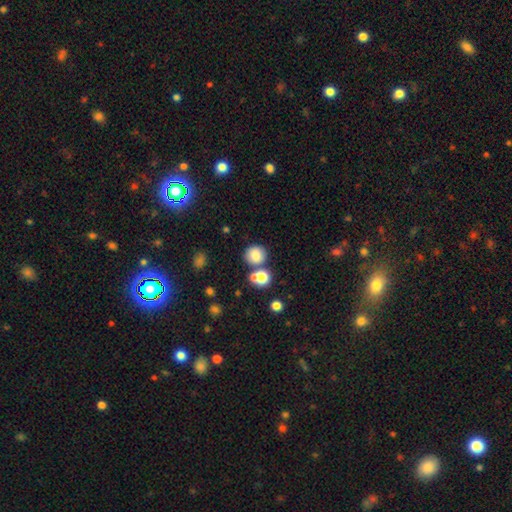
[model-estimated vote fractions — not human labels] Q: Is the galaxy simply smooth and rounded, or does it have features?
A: smooth — 80%.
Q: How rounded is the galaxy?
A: round — 85%.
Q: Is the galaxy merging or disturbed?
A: none — 68%.